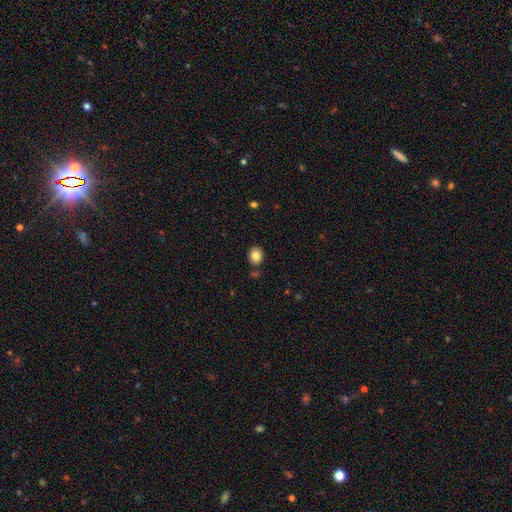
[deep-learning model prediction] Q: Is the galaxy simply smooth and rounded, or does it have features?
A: smooth — 83%.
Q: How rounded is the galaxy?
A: in between — 50%.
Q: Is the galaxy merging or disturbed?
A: none — 82%.